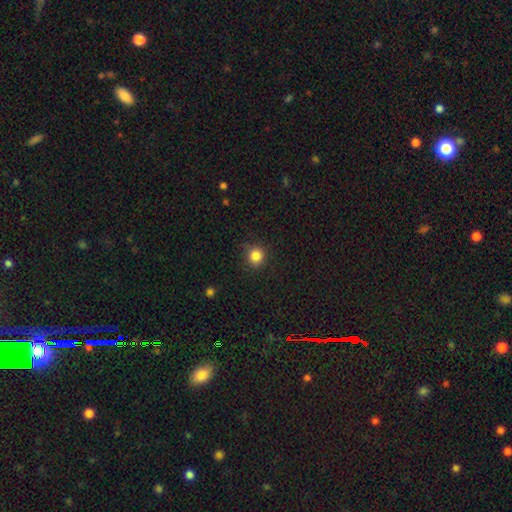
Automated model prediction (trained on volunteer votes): This is clearly a smooth galaxy (84%). How rounded: clearly round (90%). Merging: clearly none (83%).